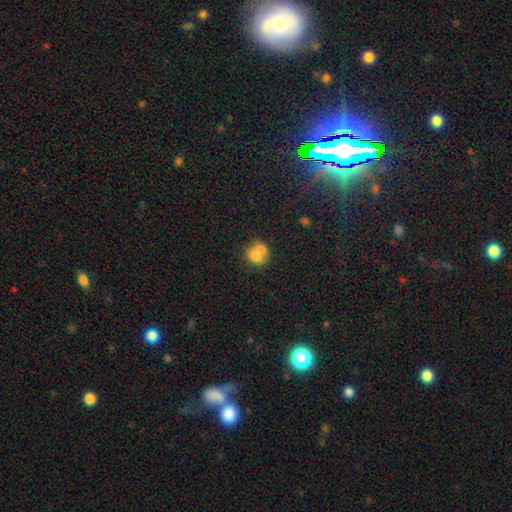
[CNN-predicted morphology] The model was most divided on "how rounded": round: 58%, in between: 41%, cigar-shaped: 1%. More confident: smooth or featured — smooth (69%); merging — merger (58%).